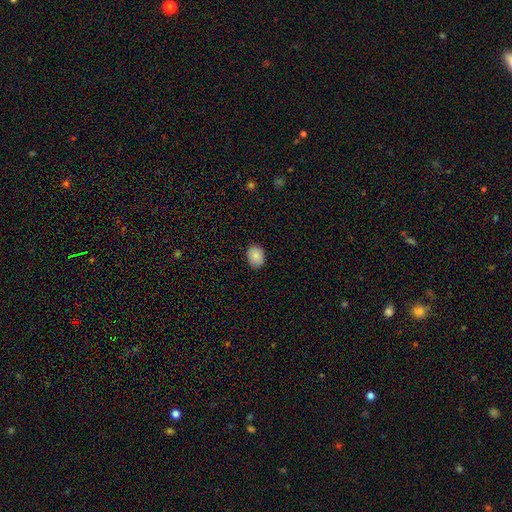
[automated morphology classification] smooth-or-featured: smooth: 88% | star or artifact: 8% | featured or disk: 4%
  how-rounded: in between: 61% | round: 38% | cigar-shaped: 1%
  merging: none: 86% | minor disturbance: 11% | major disturbance: 2% | merger: 1%